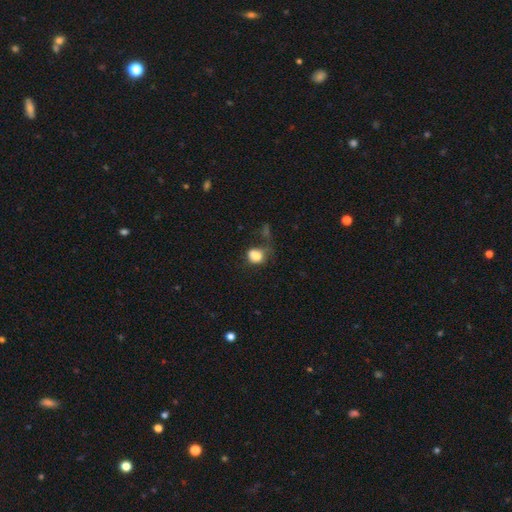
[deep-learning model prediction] Smooth or featured: smooth — 78% (featured or disk — 12%)
How rounded: round — 52% (in between — 47%)
Merging: none — 32% (minor disturbance — 27%)